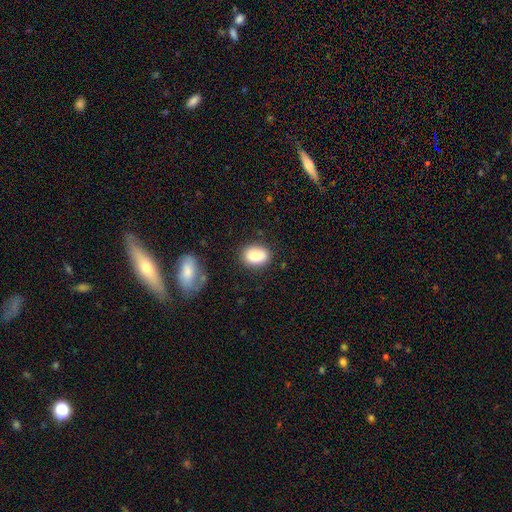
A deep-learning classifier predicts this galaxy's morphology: This is clearly a smooth galaxy (86%). How rounded: likely in between (76%). Merging: likely none (79%).